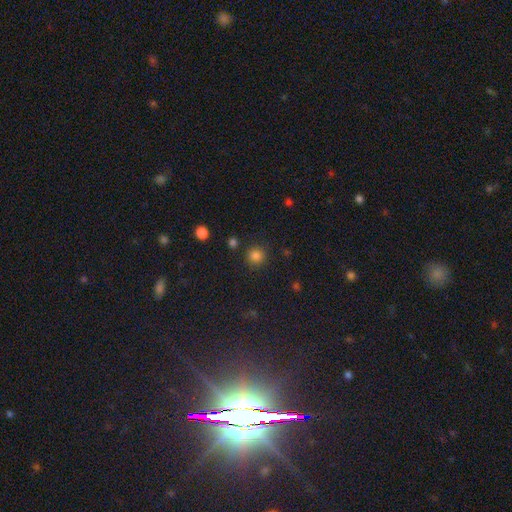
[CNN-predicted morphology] A smooth galaxy with no disk features (82%) that is round (91%). Merging: none (86%).